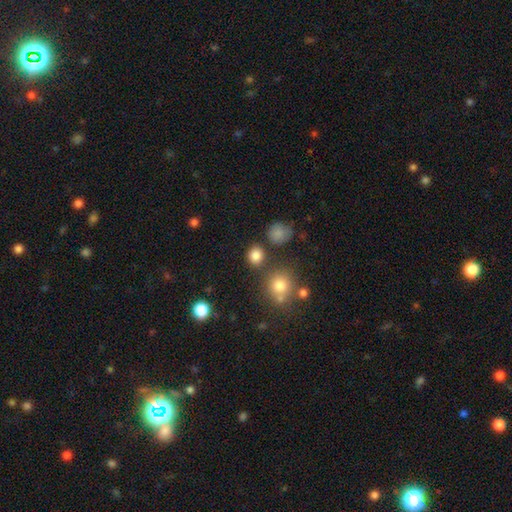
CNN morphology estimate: smooth 82%, star or artifact 13%, featured or disk 5%. Down the decision tree: how rounded — round (81%); merging — none (78%).